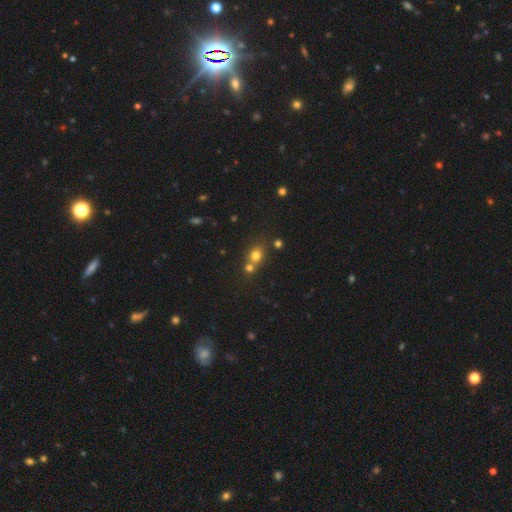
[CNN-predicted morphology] This appears to be a smooth galaxy with no disk features (73%) that is round (74%). Merging: none (47%).